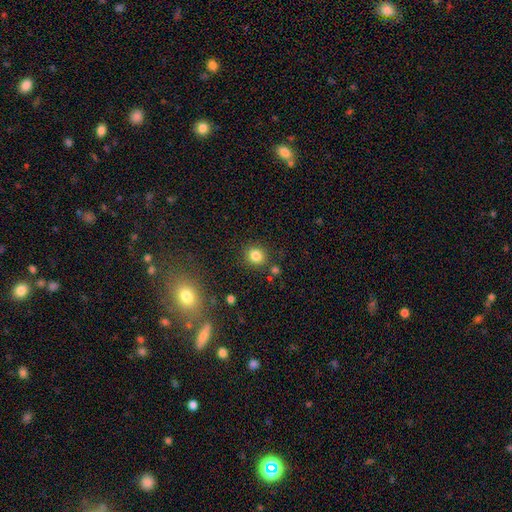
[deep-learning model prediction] Smooth or featured? smooth (83%)
How rounded? round (83%)
Merging? none (84%)